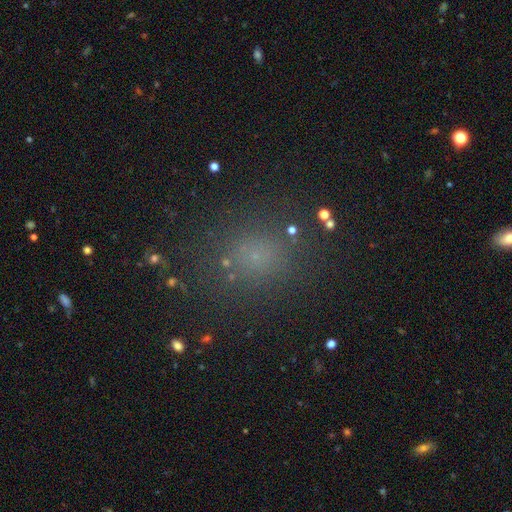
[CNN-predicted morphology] Smooth or featured? smooth (61%)
How rounded? round (65%)
Merging? none (81%)